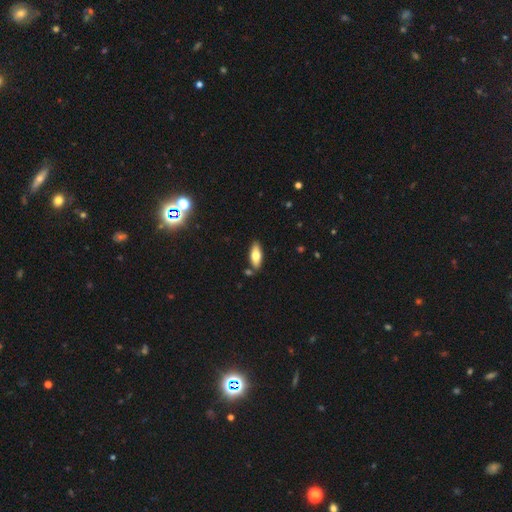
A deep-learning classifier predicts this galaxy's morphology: A smooth galaxy with no disk features (66%) that is in between round and cigar-shaped (76%). Merging: none (82%).